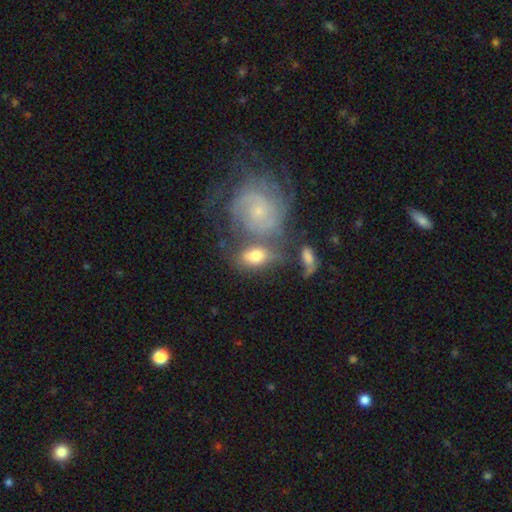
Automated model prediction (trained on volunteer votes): Smooth or featured? Predicted: smooth (p=0.49). Merging? Predicted: none (p=0.43).